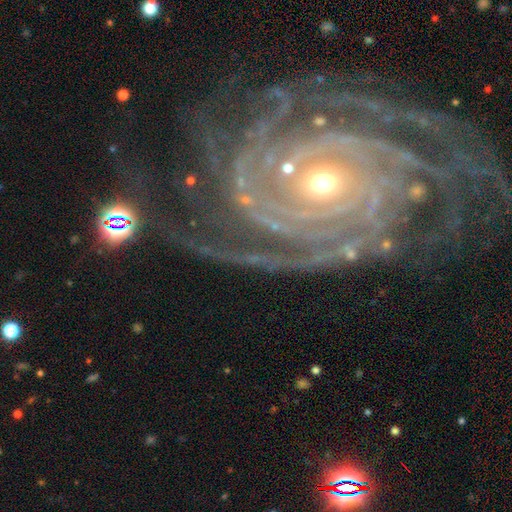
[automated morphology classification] This is clearly a featured or disk galaxy (90%). It is clearly not viewed edge-on (97%). Bar: likely no (71%). Spiral arm pattern: clearly yes (98%). Spiral arm count: marginally more than 4 (21%). Spiral winding: likely tight (80%). Central bulge: possibly moderate (49%). Merging: likely none (69%).